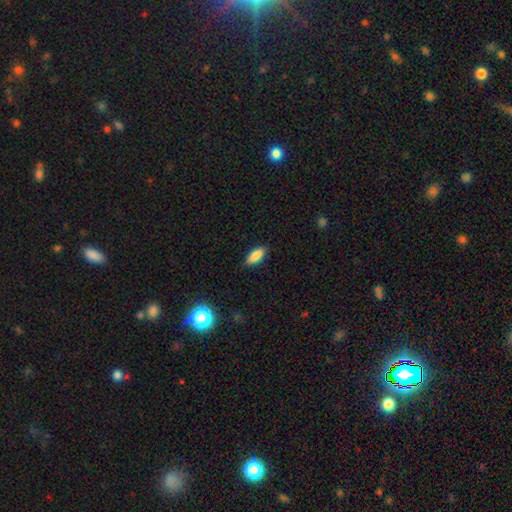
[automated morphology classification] This is clearly a smooth galaxy (84%). How rounded: likely in between (79%). Merging: clearly none (85%).